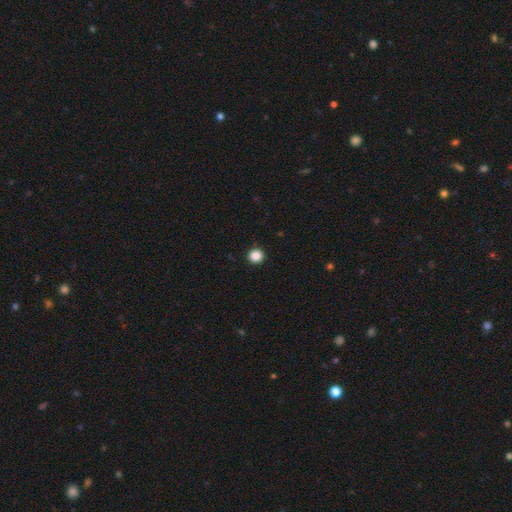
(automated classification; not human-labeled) smooth-or-featured: smooth: 87% | star or artifact: 11% | featured or disk: 3%
  how-rounded: round: 95% | in between: 4% | cigar-shaped: 1%
  merging: none: 93% | minor disturbance: 4% | major disturbance: 1% | merger: 1%